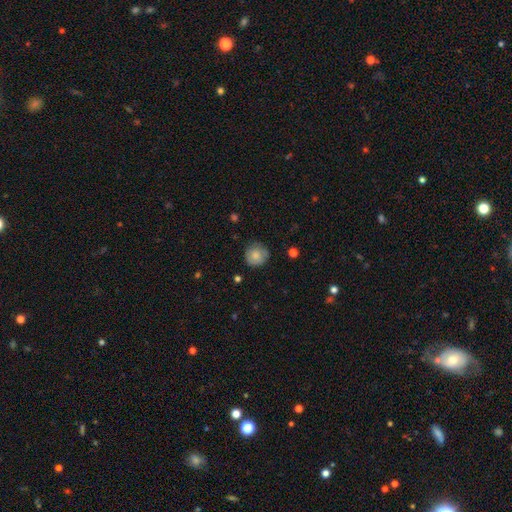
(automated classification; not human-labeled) This appears to be a smooth galaxy with no disk features (78%) that is round (91%). Merging: none (77%).